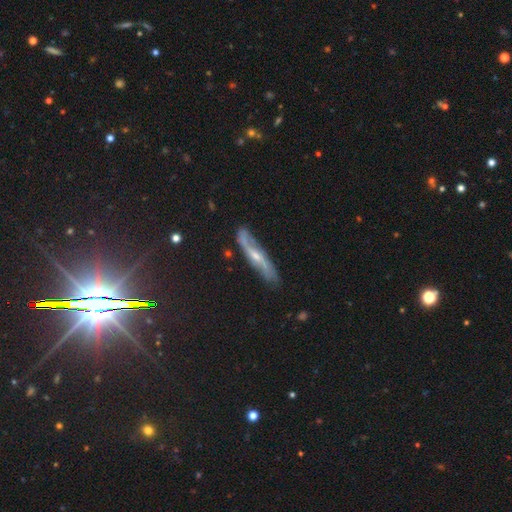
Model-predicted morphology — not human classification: Overall: featured or disk (73%). Edge-on disk: no (55%; yes 45%). Merging: none (72%).